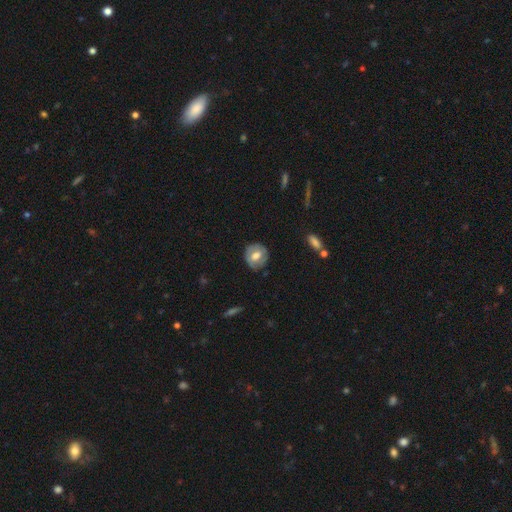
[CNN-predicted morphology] A smooth galaxy with no disk features (53%) that is round (76%).

Vote fractions:
- Smooth or featured? smooth: 53% / featured or disk: 40% / star or artifact: 7%
- How rounded? round: 76% / in between: 23% / cigar-shaped: 1%
- Merging? none: 81% / minor disturbance: 14% / major disturbance: 4% / merger: 1%